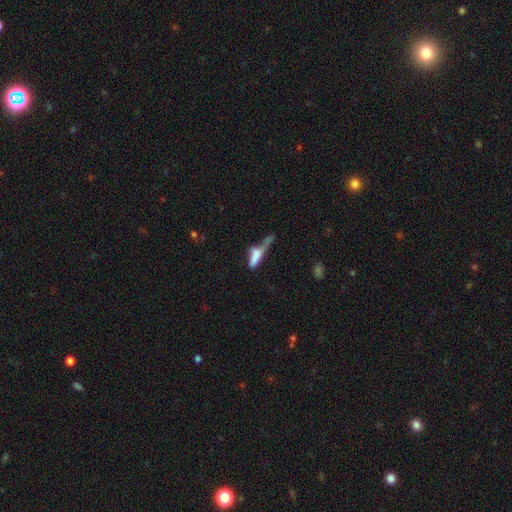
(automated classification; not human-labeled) Smooth or featured: smooth — 63% (featured or disk — 26%)
How rounded: cigar-shaped — 50% (in between — 46%)
Merging: merger — 32% (major disturbance — 28%)